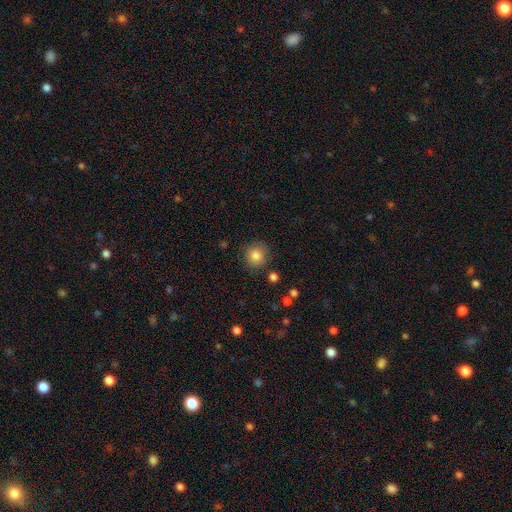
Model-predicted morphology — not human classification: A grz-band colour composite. It shows a smooth galaxy with no disk features (83%) that is round (92%). Merging: none (84%).